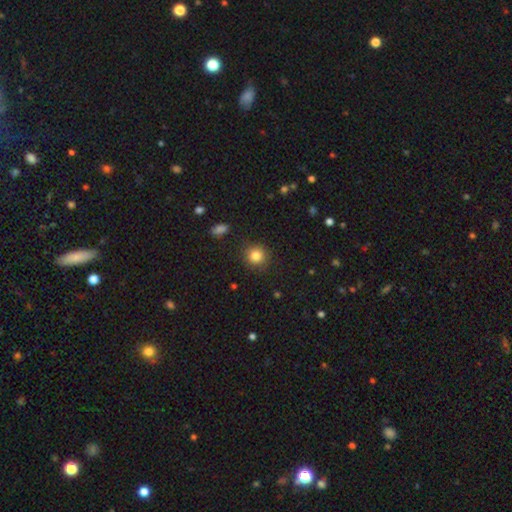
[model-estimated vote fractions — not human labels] Smooth or featured? Predicted: smooth (p=0.84). How rounded? Predicted: round (p=0.90). Merging? Predicted: none (p=0.88).